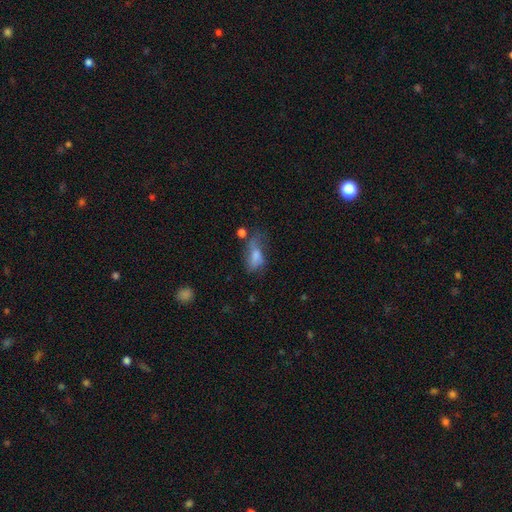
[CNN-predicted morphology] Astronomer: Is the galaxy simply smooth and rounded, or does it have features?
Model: smooth — 55% (runner-up: featured or disk, 31%).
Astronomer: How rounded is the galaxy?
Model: in between — 80%.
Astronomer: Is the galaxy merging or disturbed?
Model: major disturbance — 33% (runner-up: none, 32%).